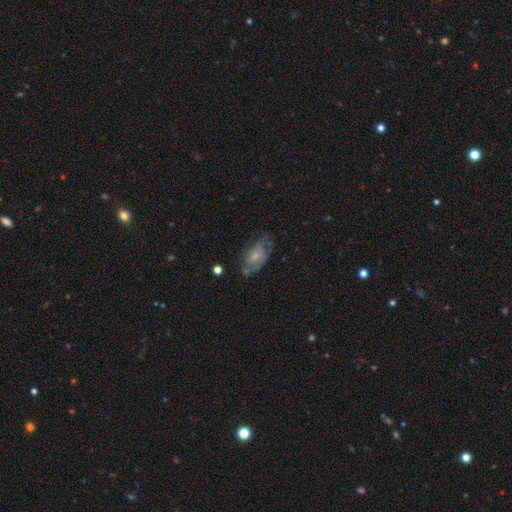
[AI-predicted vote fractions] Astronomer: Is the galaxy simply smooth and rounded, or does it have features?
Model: featured or disk — 49% (runner-up: smooth, 43%).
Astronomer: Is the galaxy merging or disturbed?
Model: none — 52% (runner-up: minor disturbance, 29%).